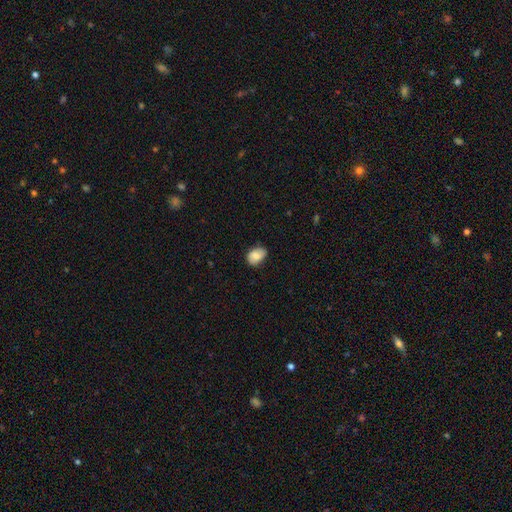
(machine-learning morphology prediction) smooth-or-featured: smooth: 76% | featured or disk: 16% | star or artifact: 7%
  how-rounded: in between: 73% | round: 26% | cigar-shaped: 1%
  merging: none: 71% | minor disturbance: 24% | major disturbance: 4% | merger: 1%